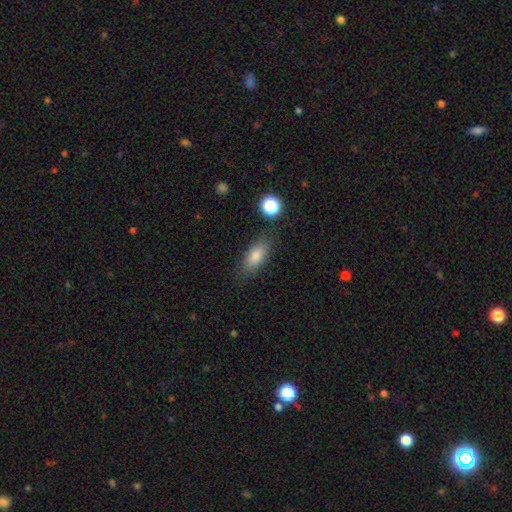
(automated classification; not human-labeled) smooth 80%, featured or disk 11%, star or artifact 9%. Down the decision tree: how rounded — in between (75%); merging — none (82%).